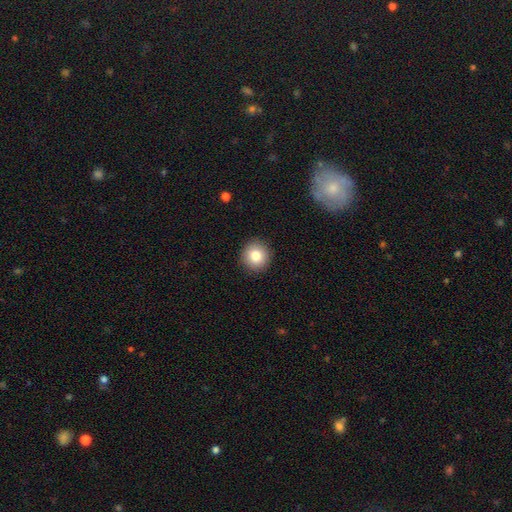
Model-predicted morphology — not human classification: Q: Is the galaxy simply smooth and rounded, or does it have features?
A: smooth — 82%.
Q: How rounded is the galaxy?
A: round — 92%.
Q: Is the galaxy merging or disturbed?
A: none — 91%.